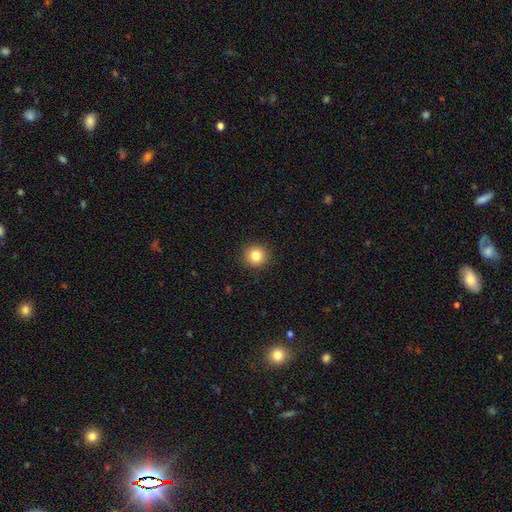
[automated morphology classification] smooth_or_featured: smooth (p=0.83) [alt: star or artifact p=0.11]
how_rounded: round (p=0.93) [alt: in between p=0.07]
merging: none (p=0.92) [alt: minor disturbance p=0.05]